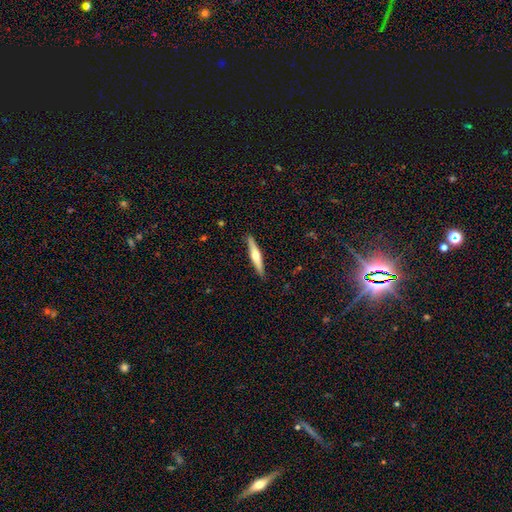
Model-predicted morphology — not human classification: A featured or disk galaxy (55%) viewed edge-on (96%) with a rounded central bulge (88%). Merging: none (90%).